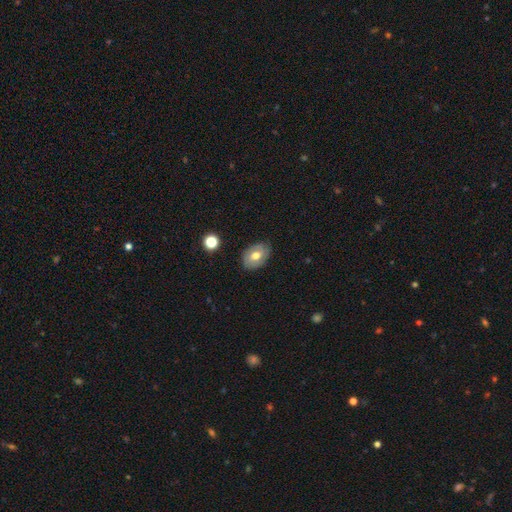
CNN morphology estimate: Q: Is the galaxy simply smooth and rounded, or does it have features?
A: smooth — 58%.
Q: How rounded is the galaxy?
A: in between — 80%.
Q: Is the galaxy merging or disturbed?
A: none — 81%.